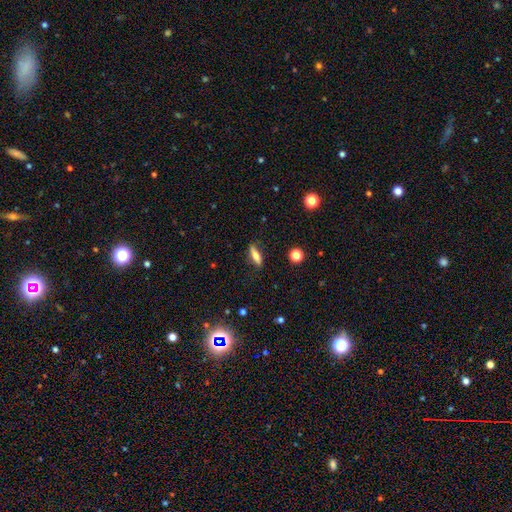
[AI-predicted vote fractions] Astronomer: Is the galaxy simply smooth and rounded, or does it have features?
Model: smooth — 69%.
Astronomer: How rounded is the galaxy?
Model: cigar-shaped — 59% (runner-up: in between, 37%).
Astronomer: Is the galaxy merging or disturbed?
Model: none — 82%.